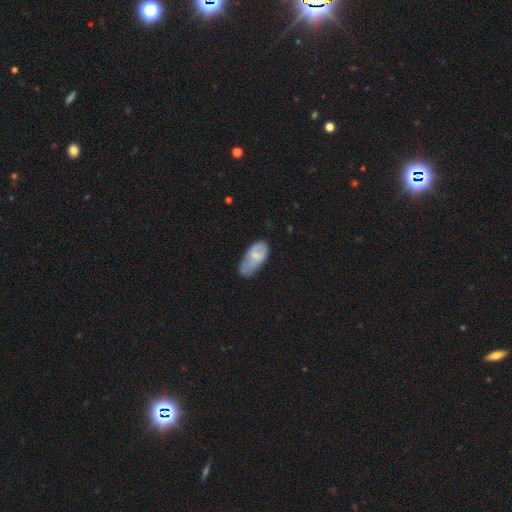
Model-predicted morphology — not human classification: smooth_or_featured: smooth (p=0.61) [alt: featured or disk p=0.32]
how_rounded: in between (p=0.91) [alt: cigar-shaped p=0.06]
merging: minor disturbance (p=0.42) [alt: none p=0.34]